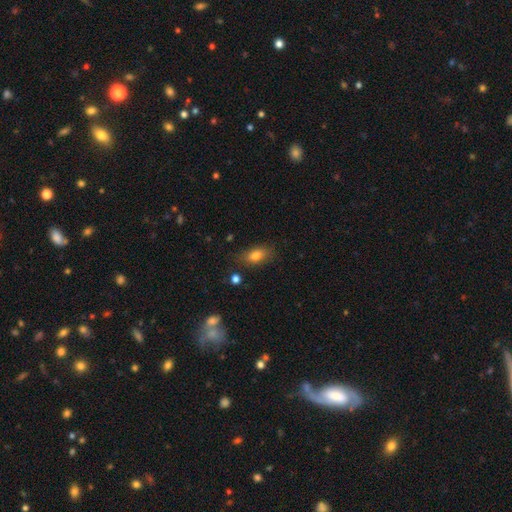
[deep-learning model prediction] Smooth or featured? Predicted: smooth (p=0.80). How rounded? Predicted: in between (p=0.83). Merging? Predicted: none (p=0.77).